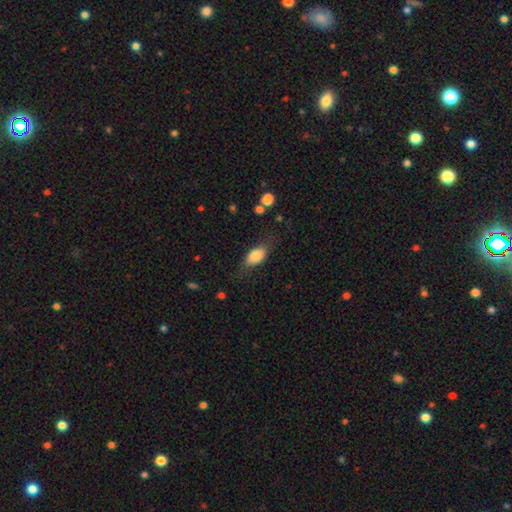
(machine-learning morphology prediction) Smooth or featured: smooth — 79% (featured or disk — 14%)
How rounded: in between — 85% (cigar-shaped — 8%)
Merging: none — 66% (minor disturbance — 22%)